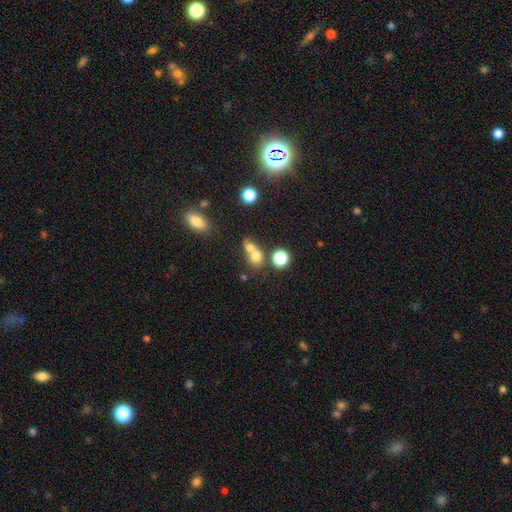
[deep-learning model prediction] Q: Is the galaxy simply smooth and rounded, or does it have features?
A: smooth — 72%.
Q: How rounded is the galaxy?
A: round — 70%.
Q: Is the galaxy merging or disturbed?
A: merger — 58%.